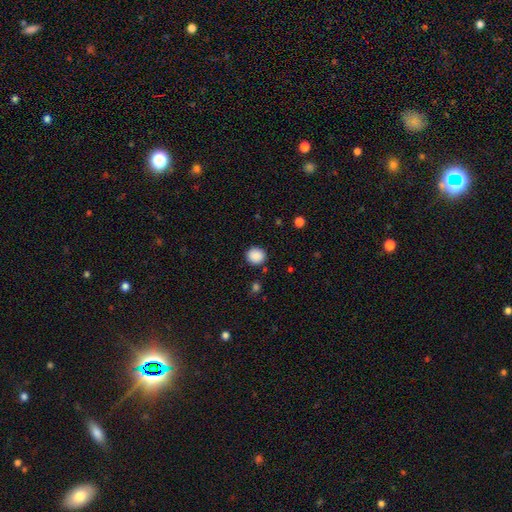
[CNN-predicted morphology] Smooth or featured: smooth — 88% (star or artifact — 9%)
How rounded: round — 88% (in between — 11%)
Merging: none — 88% (minor disturbance — 8%)